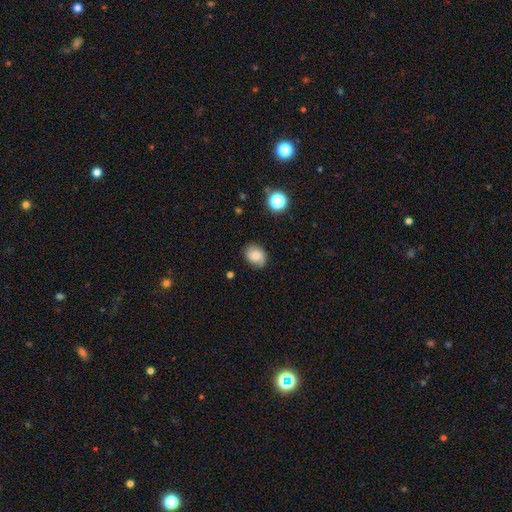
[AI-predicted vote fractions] Smooth or featured: smooth — 73% (featured or disk — 16%)
How rounded: in between — 62% (round — 37%)
Merging: none — 77% (minor disturbance — 18%)